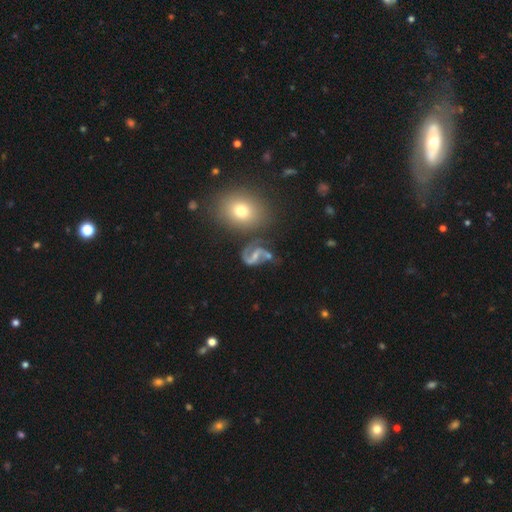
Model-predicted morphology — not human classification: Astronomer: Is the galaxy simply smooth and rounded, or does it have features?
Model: featured or disk — 83%.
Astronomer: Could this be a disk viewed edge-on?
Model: no — 98%.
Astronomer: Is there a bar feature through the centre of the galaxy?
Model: weak — 45% (runner-up: strong, 29%).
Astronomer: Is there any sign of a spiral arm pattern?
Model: yes — 93%.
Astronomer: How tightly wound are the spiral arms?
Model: loose — 55% (runner-up: medium, 37%).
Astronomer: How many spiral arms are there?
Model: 2 — 91%.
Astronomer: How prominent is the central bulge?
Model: small — 57%.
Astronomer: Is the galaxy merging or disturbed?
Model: none — 53%.